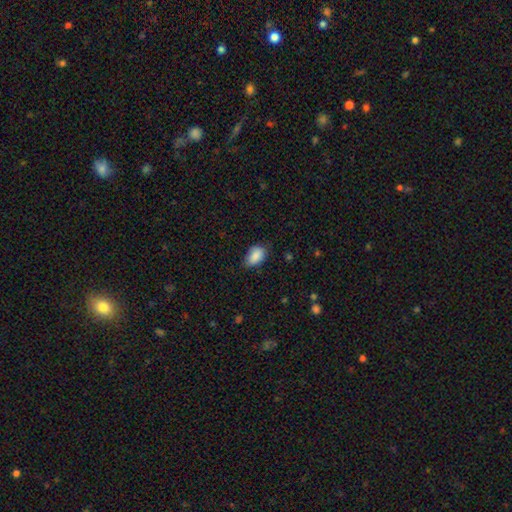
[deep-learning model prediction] smooth_or_featured: smooth (p=0.88) [alt: star or artifact p=0.07]
how_rounded: in between (p=0.90) [alt: round p=0.09]
merging: none (p=0.69) [alt: minor disturbance p=0.26]